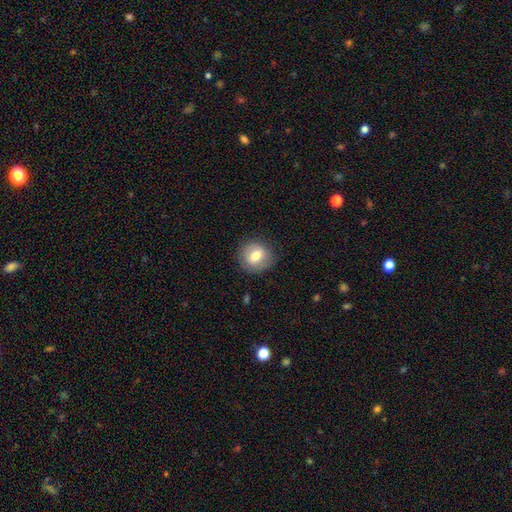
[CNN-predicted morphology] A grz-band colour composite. It shows a smooth galaxy with no disk features (67%) that is round (82%). Merging: none (85%).